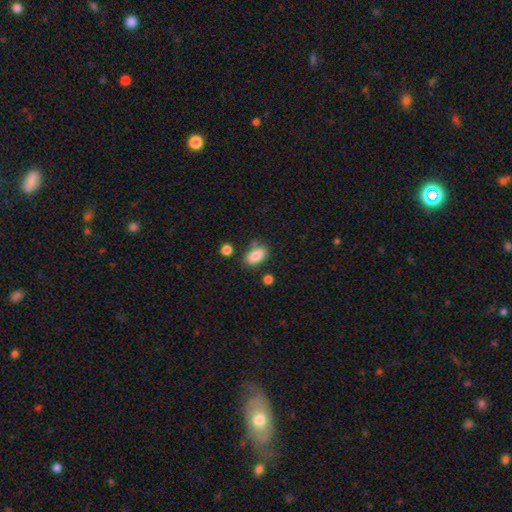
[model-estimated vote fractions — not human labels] smooth 85%, star or artifact 8%, featured or disk 7%. Down the decision tree: how rounded — in between (90%); merging — none (73%).